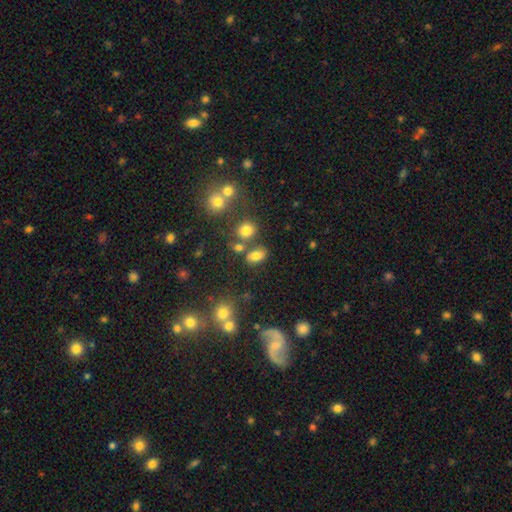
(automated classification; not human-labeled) Smooth or featured: smooth — 76% (star or artifact — 14%)
How rounded: in between — 82% (round — 15%)
Merging: none — 67% (merger — 14%)